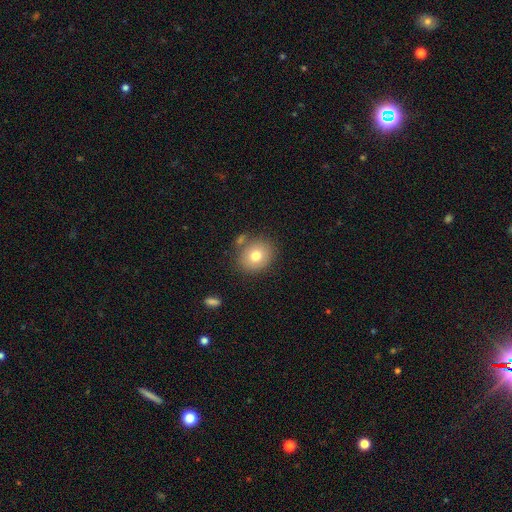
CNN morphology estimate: This appears to be a smooth galaxy with no disk features (76%) that is round (72%). Merging: none (76%).